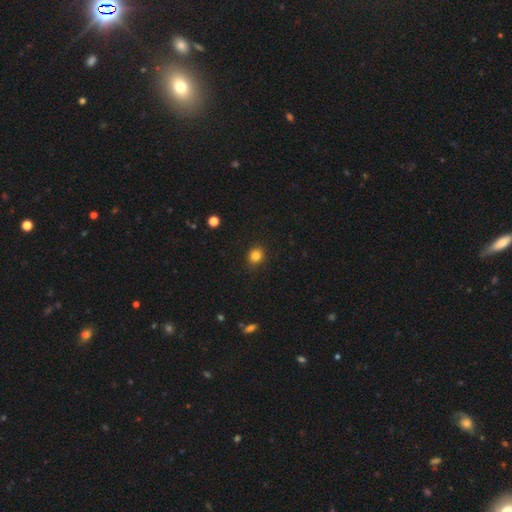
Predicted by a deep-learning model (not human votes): Q: Smooth or featured?
A: smooth (83%); runner-up: star or artifact (12%)
Q: How rounded?
A: round (75%); runner-up: in between (24%)
Q: Merging?
A: none (90%); runner-up: minor disturbance (7%)